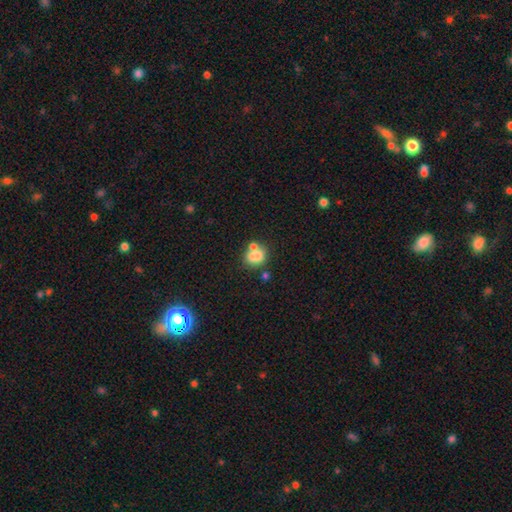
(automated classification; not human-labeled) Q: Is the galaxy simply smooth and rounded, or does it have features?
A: smooth — 74%.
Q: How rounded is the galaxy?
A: round — 60%.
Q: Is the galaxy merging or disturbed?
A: none — 42%.